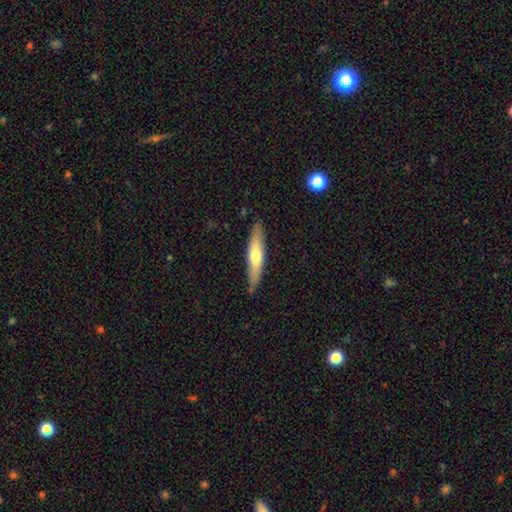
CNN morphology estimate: Smooth or featured? smooth (55%)
How rounded? cigar-shaped (83%)
Merging? none (83%)